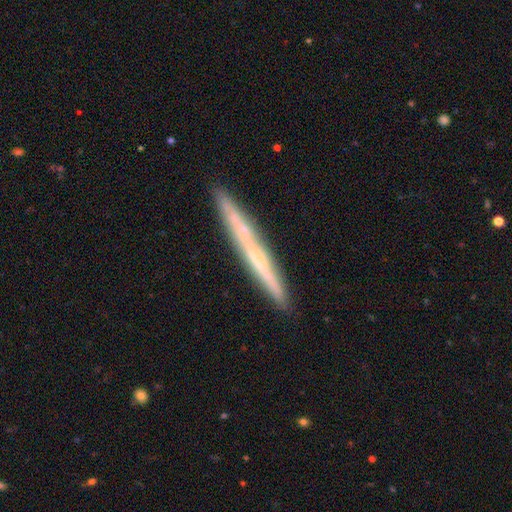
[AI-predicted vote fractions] Smooth or featured: featured or disk — 54% (smooth — 39%)
Edge-on disk: yes — 94% (no — 6%)
Edge-on bulge: none — 80% (rounded — 15%)
Merging: none — 89% (minor disturbance — 8%)